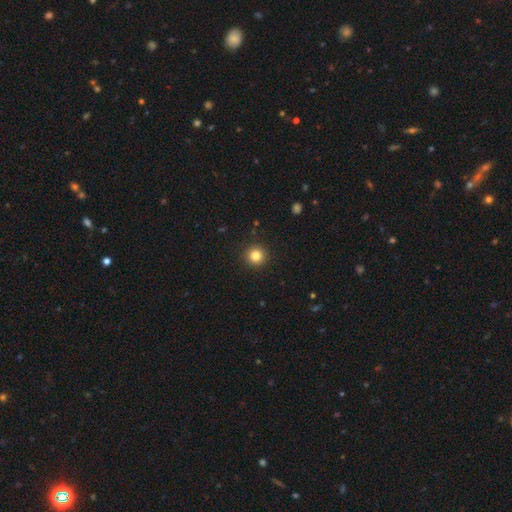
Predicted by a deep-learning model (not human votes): A smooth galaxy with no disk features (83%) that is round (95%). Merging: none (92%).